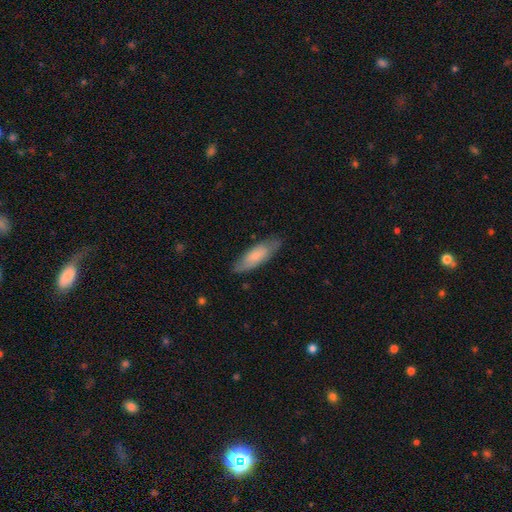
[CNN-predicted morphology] The model was most divided on "how rounded": in between: 53%, cigar-shaped: 46%, round: 1%. More confident: merging — none (79%); smooth or featured — smooth (72%).